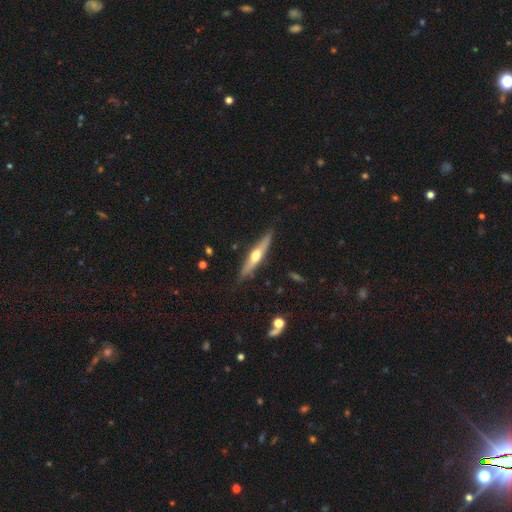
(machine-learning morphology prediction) Smooth or featured? Predicted: featured or disk (p=0.60). Edge-on disk? Predicted: yes (p=0.94). Edge-on bulge? Predicted: rounded (p=0.90). Merging? Predicted: none (p=0.84).